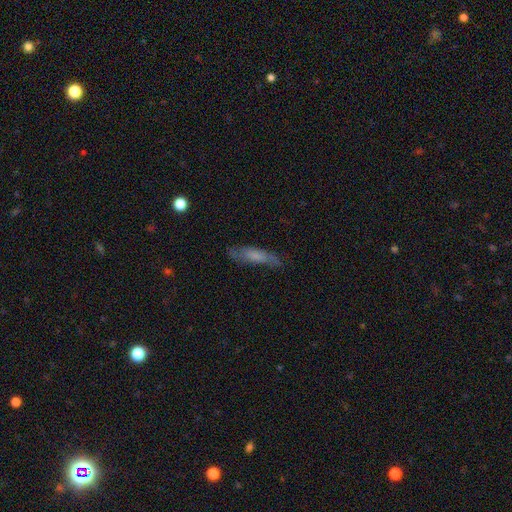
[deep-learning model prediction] Q: Smooth or featured?
A: smooth (55%); runner-up: featured or disk (37%)
Q: How rounded?
A: cigar-shaped (71%); runner-up: in between (27%)
Q: Merging?
A: none (72%); runner-up: minor disturbance (20%)